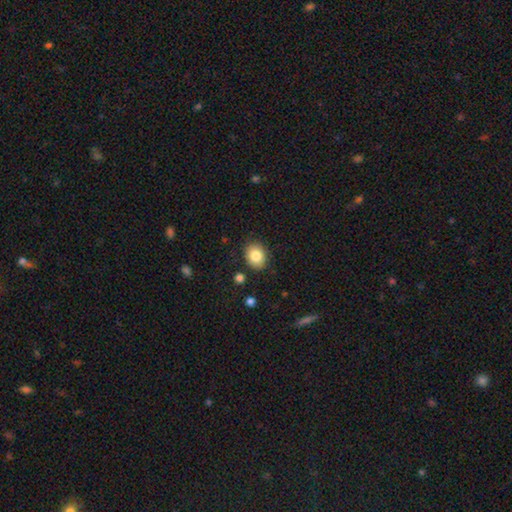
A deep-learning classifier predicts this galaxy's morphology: smooth-or-featured: smooth: 84% | star or artifact: 9% | featured or disk: 7%
  how-rounded: round: 50% | in between: 49% | cigar-shaped: 1%
  merging: none: 87% | minor disturbance: 9% | major disturbance: 2% | merger: 2%